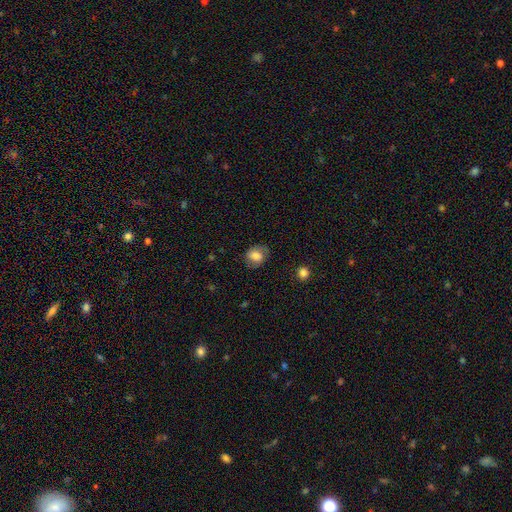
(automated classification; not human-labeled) A smooth galaxy with no disk features (72%) that is round (52%). Merging: none (68%).